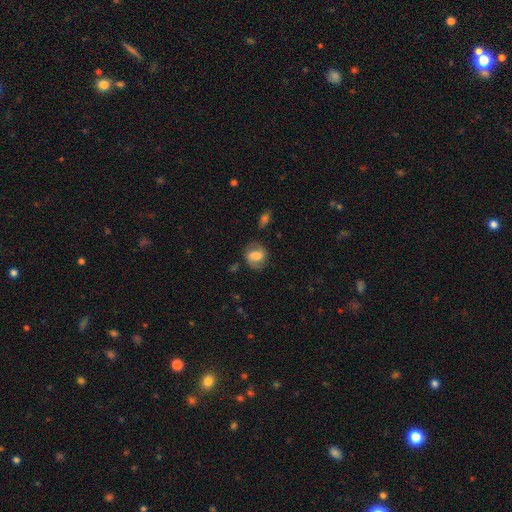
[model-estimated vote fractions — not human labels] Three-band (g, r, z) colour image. It shows a smooth galaxy with no disk features (53%) that is in between round and cigar-shaped (54%). Merging: none (69%).